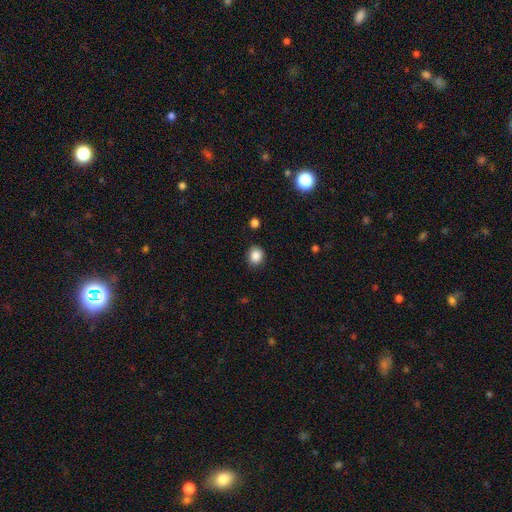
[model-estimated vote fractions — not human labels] Smooth or featured? smooth (87%)
How rounded? round (66%)
Merging? none (87%)